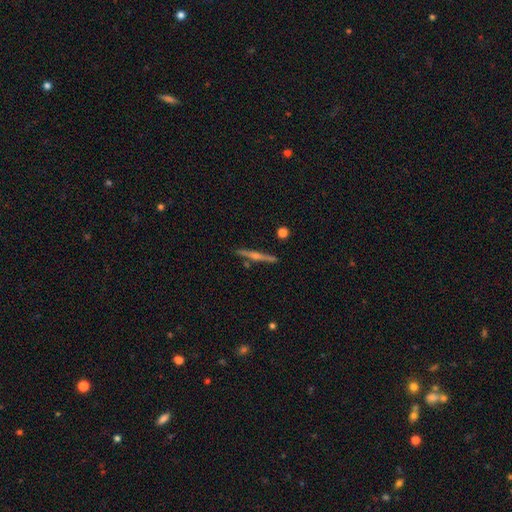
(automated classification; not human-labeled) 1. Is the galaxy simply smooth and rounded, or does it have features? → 75% featured or disk, 18% smooth, 7% star or artifact.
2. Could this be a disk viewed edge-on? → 98% yes, 2% no.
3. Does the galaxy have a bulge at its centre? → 83% rounded, 11% none, 6% boxy.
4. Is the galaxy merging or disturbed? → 89% none, 7% minor disturbance, 2% merger, 2% major disturbance.